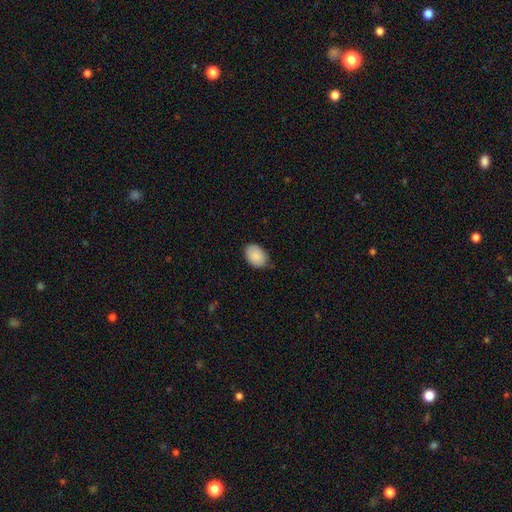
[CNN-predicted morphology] Smooth or featured? Predicted: smooth (p=0.89). How rounded? Predicted: in between (p=0.85). Merging? Predicted: none (p=0.76).